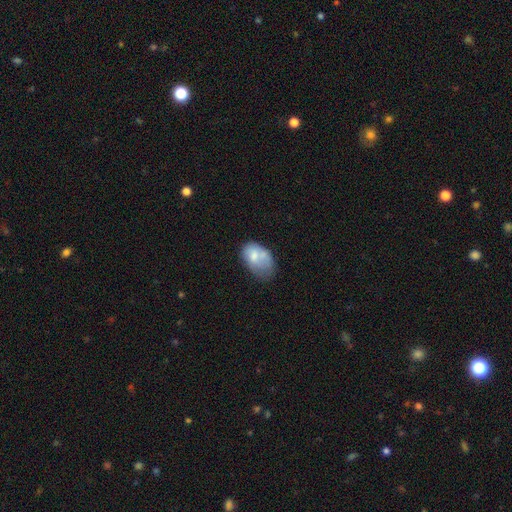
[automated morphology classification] Smooth or featured? Predicted: smooth (p=0.69). How rounded? Predicted: in between (p=0.87). Merging? Predicted: minor disturbance (p=0.36).